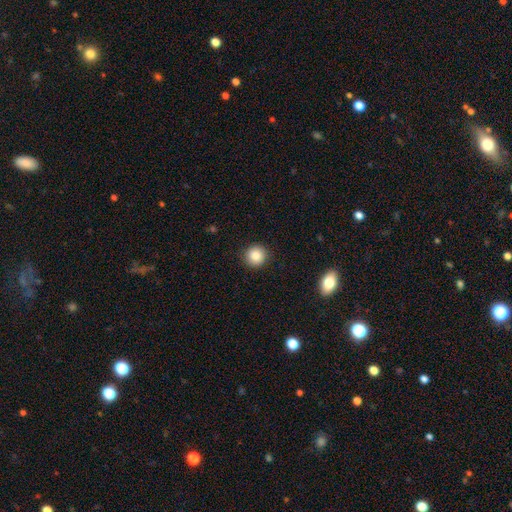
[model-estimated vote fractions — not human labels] Q: Smooth or featured?
A: smooth (86%); runner-up: star or artifact (9%)
Q: How rounded?
A: round (93%); runner-up: in between (6%)
Q: Merging?
A: none (91%); runner-up: minor disturbance (6%)